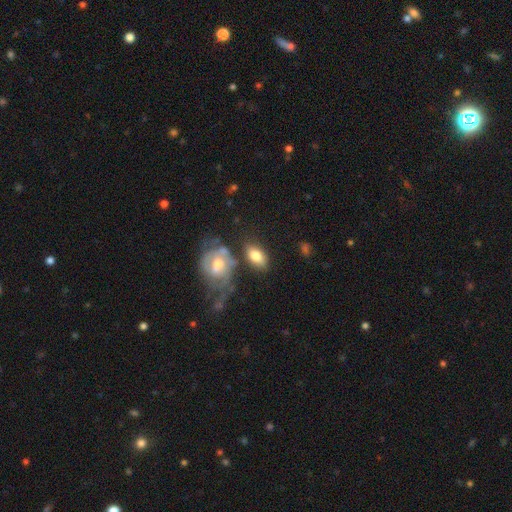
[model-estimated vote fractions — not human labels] The model was most divided on "merging": none: 56%, merger: 18%, minor disturbance: 17%, major disturbance: 8%. More confident: how rounded — in between (89%); smooth or featured — smooth (73%).